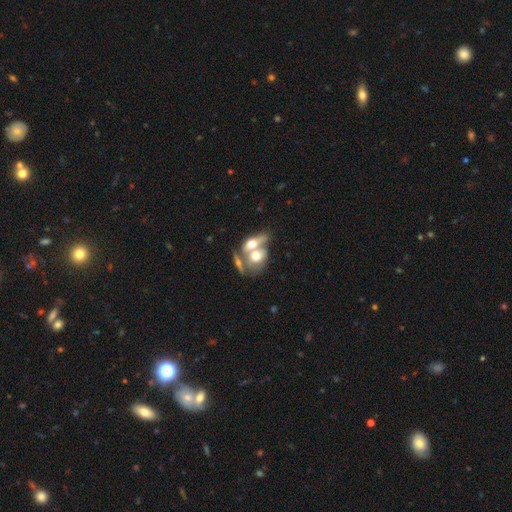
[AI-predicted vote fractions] The model was most divided on "smooth or featured": smooth: 50%, featured or disk: 42%, star or artifact: 8%. More confident: merging — merger (69%); how rounded — in between (66%).